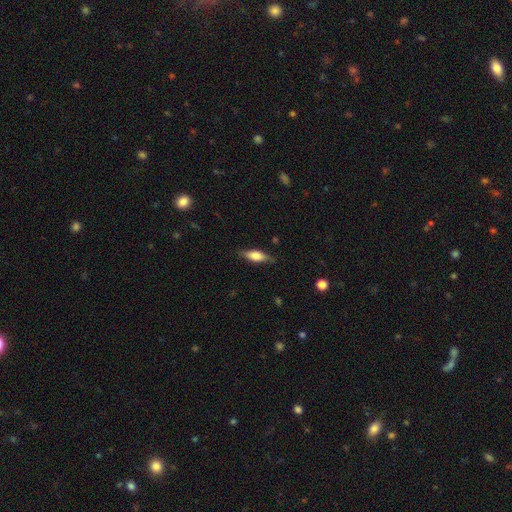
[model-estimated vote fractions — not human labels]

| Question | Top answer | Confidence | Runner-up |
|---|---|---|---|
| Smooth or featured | smooth | 62% | featured or disk (32%) |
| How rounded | in between | 59% | cigar-shaped (38%) |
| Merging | none | 80% | minor disturbance (16%) |